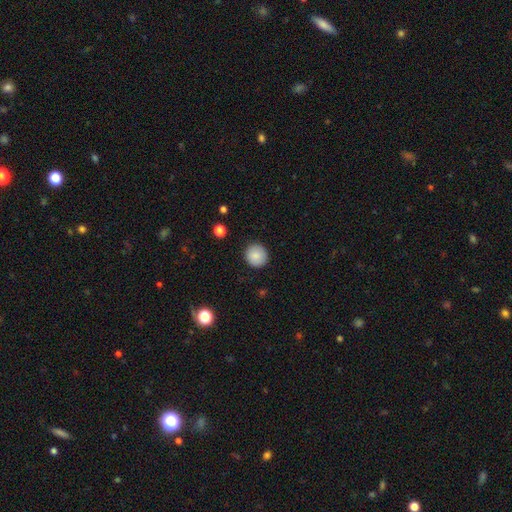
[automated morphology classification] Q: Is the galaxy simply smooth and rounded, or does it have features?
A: smooth — 87%.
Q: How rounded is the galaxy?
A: round — 91%.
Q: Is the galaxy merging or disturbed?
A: none — 90%.